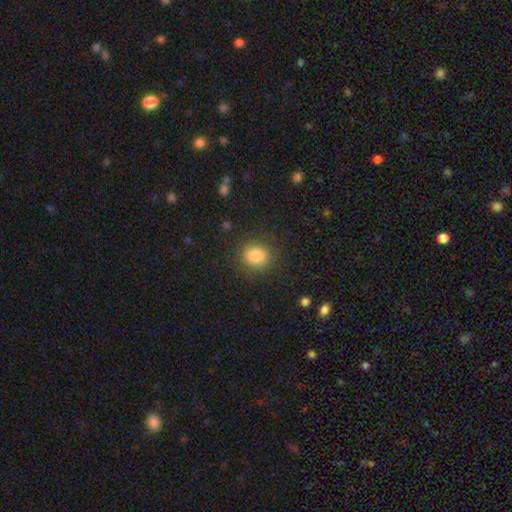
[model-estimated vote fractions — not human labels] This is clearly a smooth galaxy (86%). How rounded: likely round (73%). Merging: clearly none (86%).